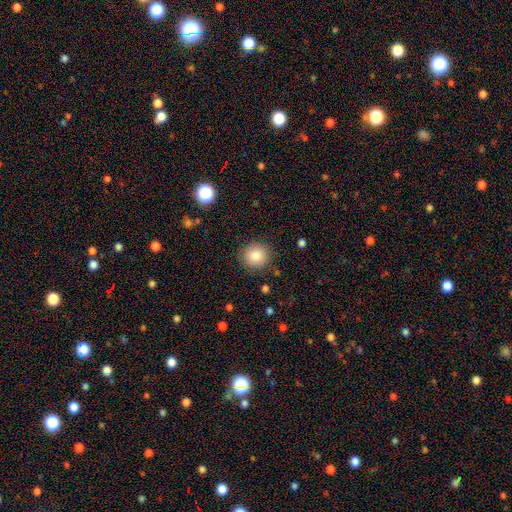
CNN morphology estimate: This appears to be a smooth galaxy with no disk features (84%) that is round (89%). Merging: none (88%).